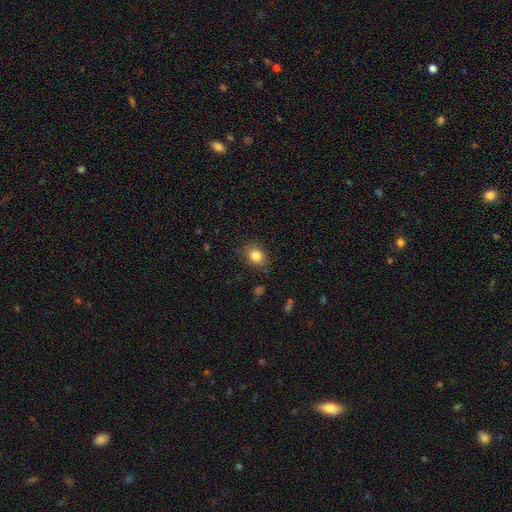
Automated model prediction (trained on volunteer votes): Smooth or featured? smooth (83%)
How rounded? in between (52%)
Merging? none (81%)